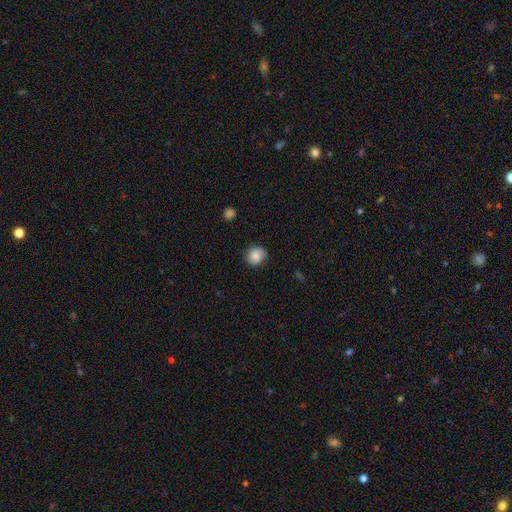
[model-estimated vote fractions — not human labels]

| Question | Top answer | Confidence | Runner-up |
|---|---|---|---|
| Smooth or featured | smooth | 81% | featured or disk (10%) |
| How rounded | round | 81% | in between (18%) |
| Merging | none | 79% | minor disturbance (16%) |